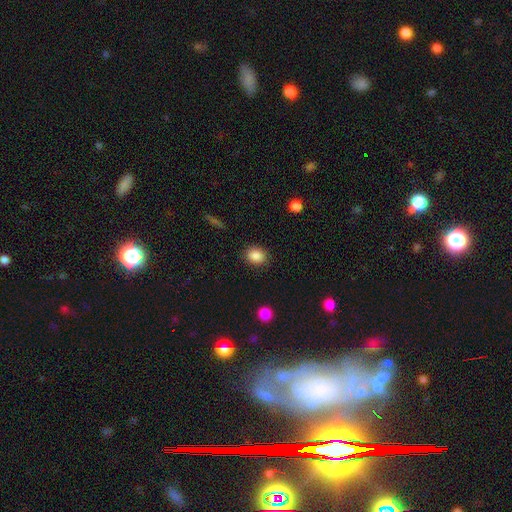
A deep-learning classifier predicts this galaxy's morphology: This appears to be a smooth galaxy with no disk features (87%) that is round (51%). Merging: none (87%).